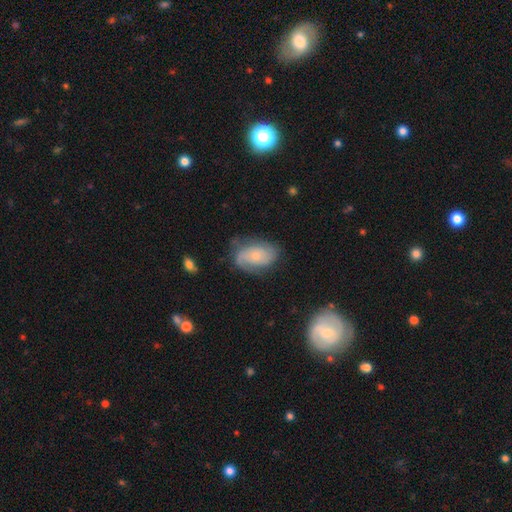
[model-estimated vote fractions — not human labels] Overall: featured or disk (59%; smooth 34%). Edge-on disk: no (96%). Bar: no (72%). Spiral arms: yes (88%). Spiral arm count: 2 (60%). Spiral winding: medium (40%; tight 37%). Bulge size: small (60%; moderate 30%). Merging: none (65%).